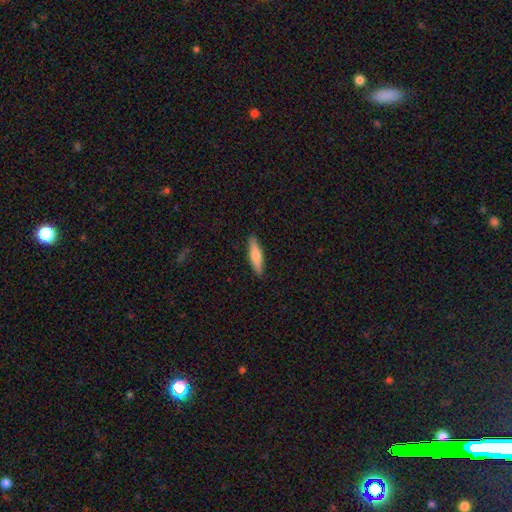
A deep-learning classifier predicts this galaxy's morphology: This appears to be a smooth galaxy with no disk features (67%) that is cigar-shaped (79%). Merging: none (90%).